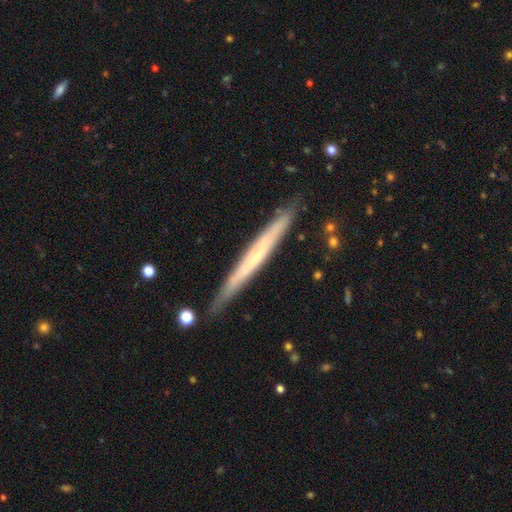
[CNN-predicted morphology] Smooth or featured? Predicted: featured or disk (p=0.55). Edge-on disk? Predicted: yes (p=0.94). Edge-on bulge? Predicted: none (p=0.80). Merging? Predicted: none (p=0.85).